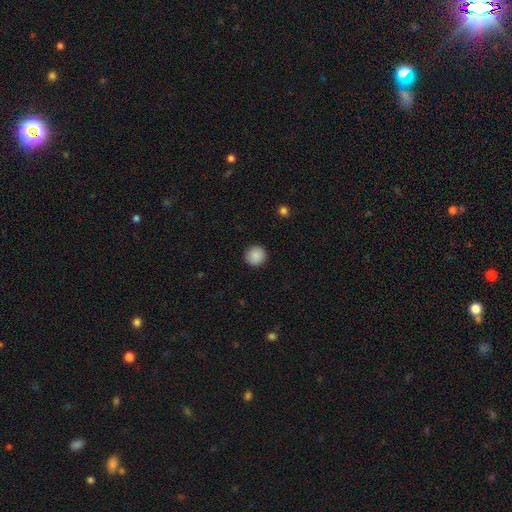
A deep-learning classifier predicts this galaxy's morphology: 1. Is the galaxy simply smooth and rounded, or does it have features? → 89% smooth, 8% star or artifact, 3% featured or disk.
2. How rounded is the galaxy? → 94% round, 5% in between, 1% cigar-shaped.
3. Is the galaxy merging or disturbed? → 92% none, 5% minor disturbance, 2% major disturbance, 1% merger.